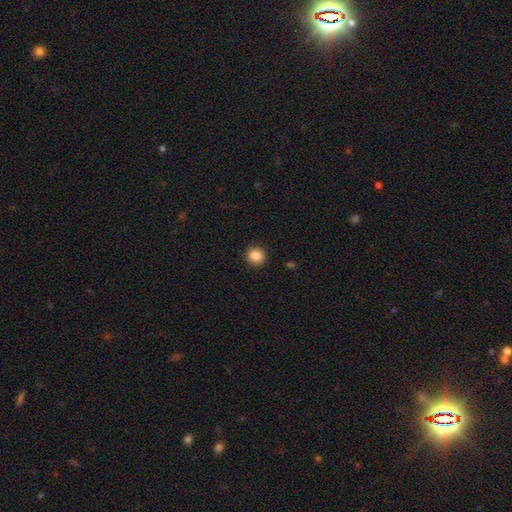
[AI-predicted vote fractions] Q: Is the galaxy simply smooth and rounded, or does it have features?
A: smooth — 85%.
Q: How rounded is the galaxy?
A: round — 92%.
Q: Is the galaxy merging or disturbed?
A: none — 92%.